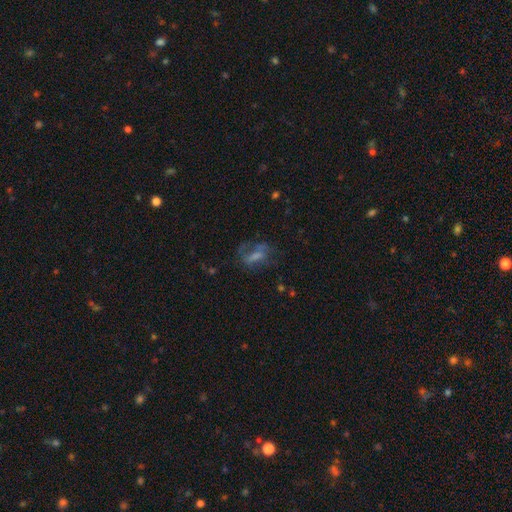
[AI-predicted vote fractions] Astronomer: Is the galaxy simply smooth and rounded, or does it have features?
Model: smooth — 44% (runner-up: featured or disk, 41%).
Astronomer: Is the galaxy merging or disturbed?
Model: none — 41% (runner-up: major disturbance, 34%).